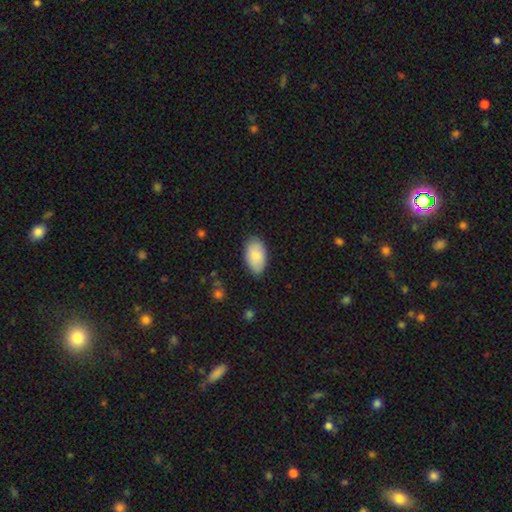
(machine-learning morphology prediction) Smooth or featured? Predicted: smooth (p=0.84). How rounded? Predicted: in between (p=0.95). Merging? Predicted: none (p=0.80).